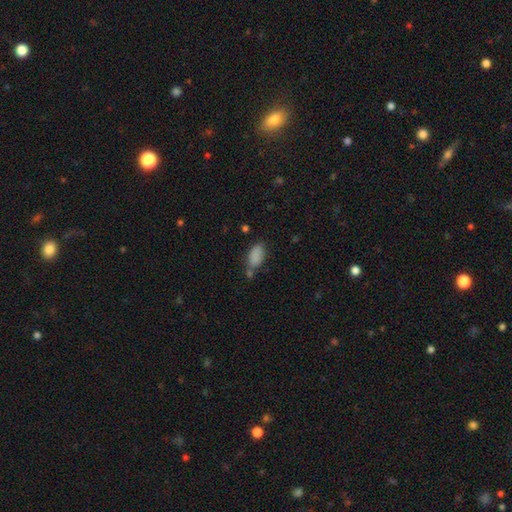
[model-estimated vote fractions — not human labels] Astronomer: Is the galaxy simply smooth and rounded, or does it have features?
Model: smooth — 84%.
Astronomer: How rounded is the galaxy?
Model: in between — 92%.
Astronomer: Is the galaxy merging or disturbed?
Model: none — 50%.